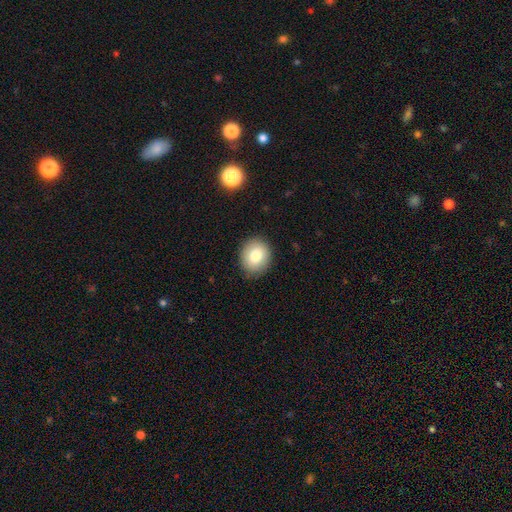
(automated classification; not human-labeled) A smooth galaxy with no disk features (80%) that is round (65%).

Vote fractions:
- Smooth or featured? smooth: 80% / featured or disk: 11% / star or artifact: 9%
- How rounded? round: 65% / in between: 34% / cigar-shaped: 1%
- Merging? none: 88% / minor disturbance: 9% / major disturbance: 2% / merger: 1%